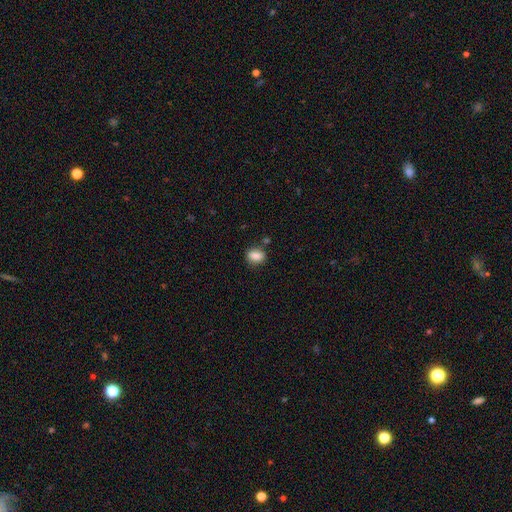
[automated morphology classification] Smooth or featured?
  - smooth: 86% *
  - star or artifact: 9%
  - featured or disk: 6%
How rounded?
  - in between: 67% *
  - round: 31%
  - cigar-shaped: 2%
Merging?
  - none: 78% *
  - minor disturbance: 13%
  - merger: 5%
  - major disturbance: 3%